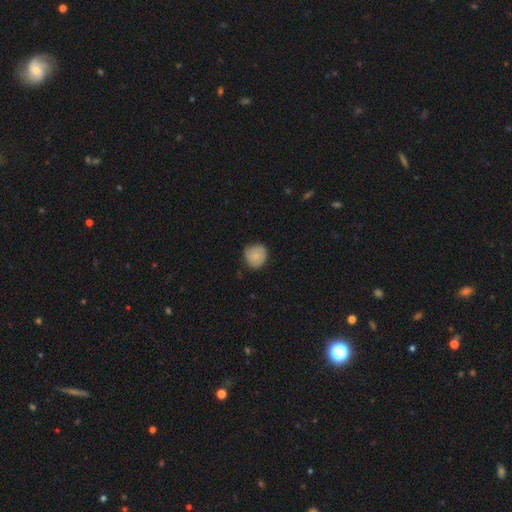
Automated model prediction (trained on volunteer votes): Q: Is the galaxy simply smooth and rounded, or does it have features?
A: smooth — 81%.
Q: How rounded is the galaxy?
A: round — 88%.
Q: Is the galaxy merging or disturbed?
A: none — 80%.